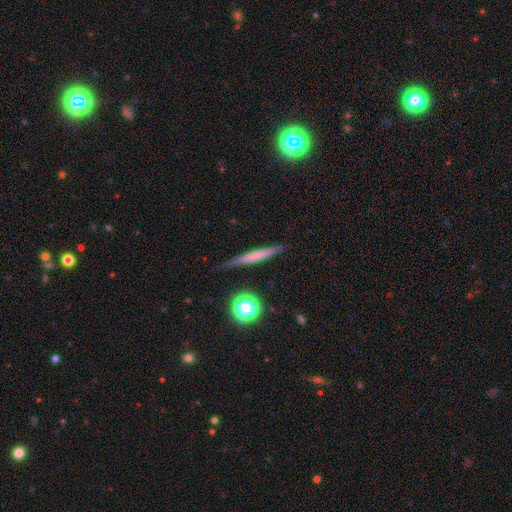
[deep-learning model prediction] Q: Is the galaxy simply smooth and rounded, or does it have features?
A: smooth — 54%.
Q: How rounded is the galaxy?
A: cigar-shaped — 92%.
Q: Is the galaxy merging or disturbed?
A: none — 84%.